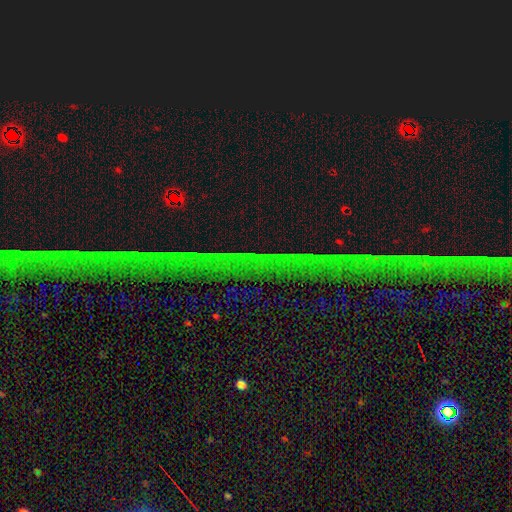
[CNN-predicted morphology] A star or artifact, not a galaxy (87%).

Vote fractions:
- Smooth or featured? star or artifact: 87% / featured or disk: 8% / smooth: 6%